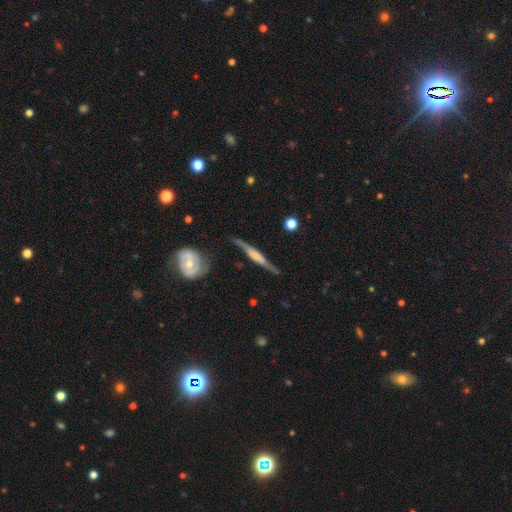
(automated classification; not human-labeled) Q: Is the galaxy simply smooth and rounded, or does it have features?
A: featured or disk — 74%.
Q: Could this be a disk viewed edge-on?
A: yes — 88%.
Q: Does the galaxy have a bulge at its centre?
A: rounded — 42%.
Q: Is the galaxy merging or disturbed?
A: none — 72%.